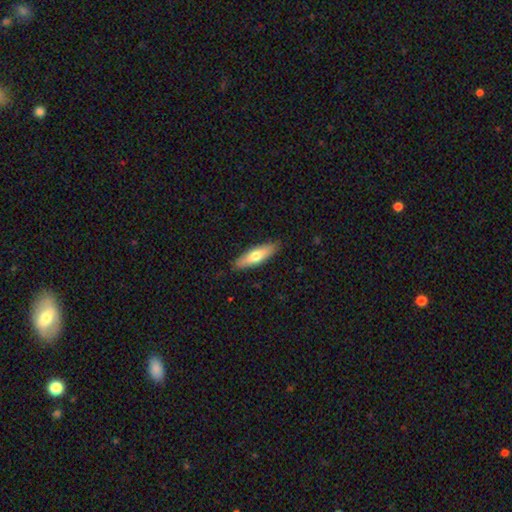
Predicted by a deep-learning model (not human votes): Overall: smooth (62%; featured or disk 32%). How rounded: cigar-shaped (58%; in between 40%). Merging: none (88%).